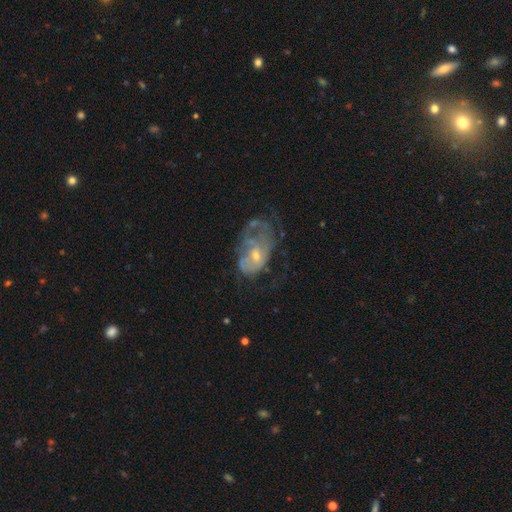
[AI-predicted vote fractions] Smooth or featured? featured or disk (66%)
Edge-on disk? no (96%)
Bar? no (76%)
Spiral arms? no (52%)
Bulge size? small (57%)
Merging? major disturbance (42%)